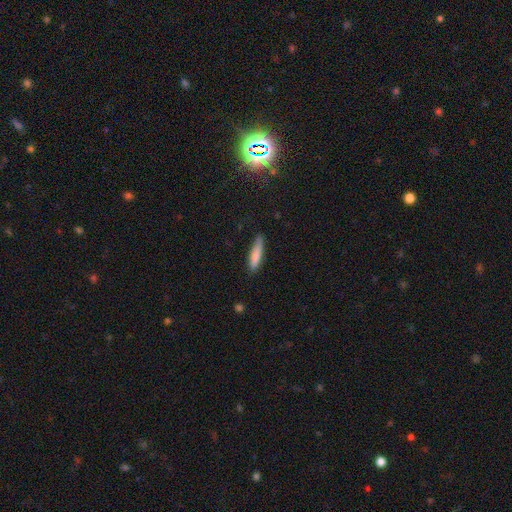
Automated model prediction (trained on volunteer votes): smooth-or-featured: smooth: 81% | featured or disk: 13% | star or artifact: 6%
  how-rounded: cigar-shaped: 80% | in between: 18% | round: 1%
  merging: none: 78% | minor disturbance: 18% | major disturbance: 3% | merger: 1%